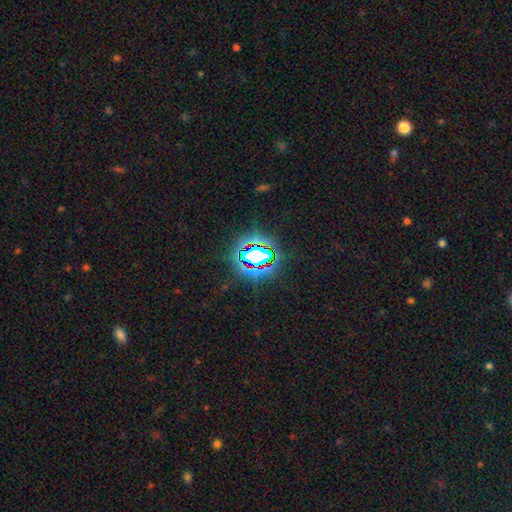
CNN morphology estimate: Smooth or featured? Predicted: star or artifact (p=0.74).